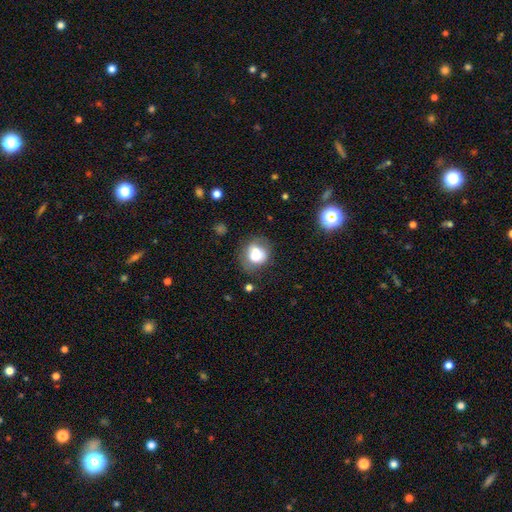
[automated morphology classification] smooth_or_featured: smooth (p=0.72) [alt: featured or disk p=0.18]
how_rounded: round (p=0.68) [alt: in between p=0.31]
merging: none (p=0.57) [alt: minor disturbance p=0.24]